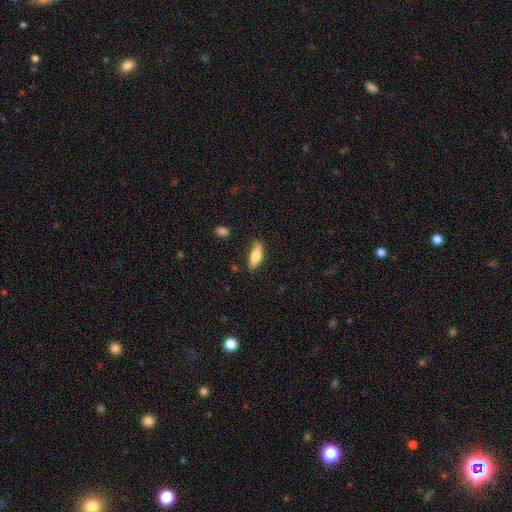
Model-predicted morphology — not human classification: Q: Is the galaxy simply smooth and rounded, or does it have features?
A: smooth — 73%.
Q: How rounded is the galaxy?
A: in between — 68%.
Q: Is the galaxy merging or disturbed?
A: none — 69%.